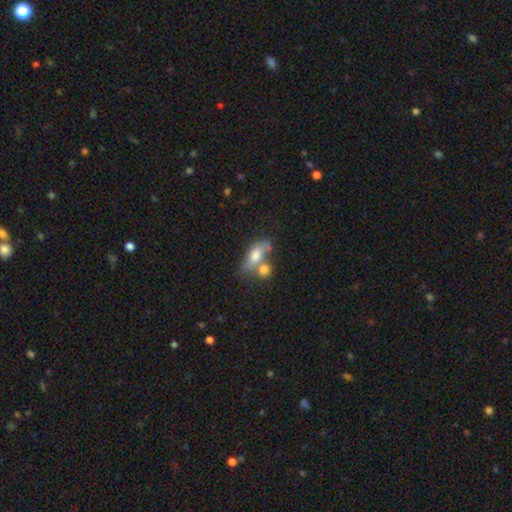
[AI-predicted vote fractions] smooth 61%, featured or disk 31%, star or artifact 9%. Down the decision tree: how rounded — in between (71%); merging — merger (40%).